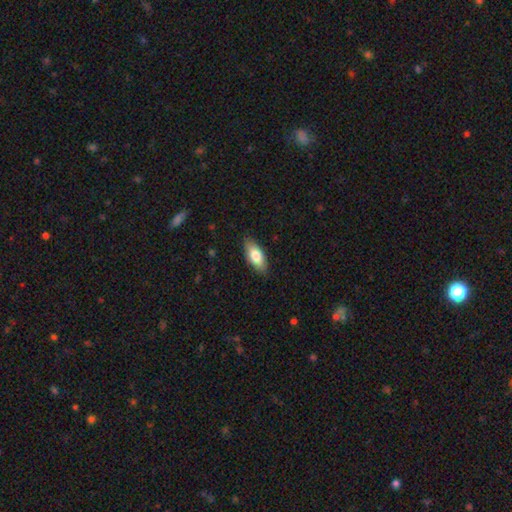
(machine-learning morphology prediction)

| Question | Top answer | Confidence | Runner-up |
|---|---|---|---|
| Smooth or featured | smooth | 80% | featured or disk (14%) |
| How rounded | in between | 84% | cigar-shaped (14%) |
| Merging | none | 86% | minor disturbance (11%) |